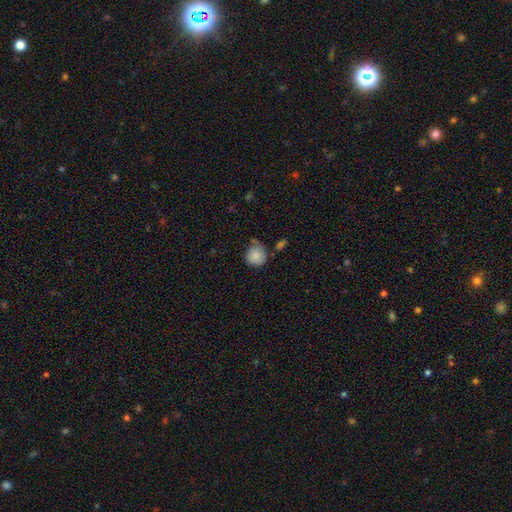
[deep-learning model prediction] A smooth galaxy with no disk features (85%) that is round (89%). Merging: none (62%).